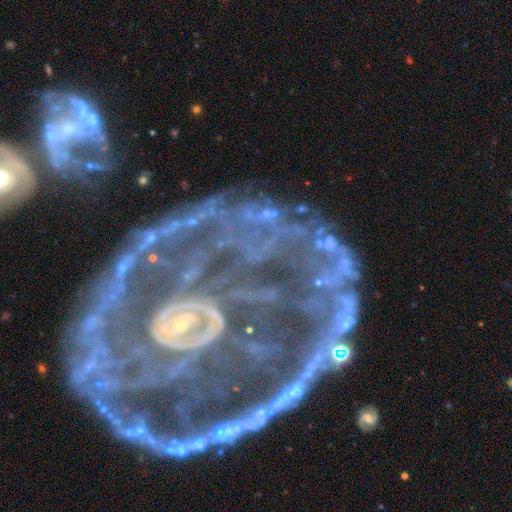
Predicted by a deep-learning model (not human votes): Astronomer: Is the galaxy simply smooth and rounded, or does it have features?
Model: featured or disk — 71%.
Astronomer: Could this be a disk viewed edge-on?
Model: no — 95%.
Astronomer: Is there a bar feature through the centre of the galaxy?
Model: no — 52%.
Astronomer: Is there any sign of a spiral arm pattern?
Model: yes — 82%.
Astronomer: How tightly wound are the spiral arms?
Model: tight — 59%.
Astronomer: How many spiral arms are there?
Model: can't tell — 30% (runner-up: 2, 21%).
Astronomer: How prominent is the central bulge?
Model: small — 57%.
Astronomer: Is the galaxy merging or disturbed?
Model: none — 42% (runner-up: major disturbance, 24%).